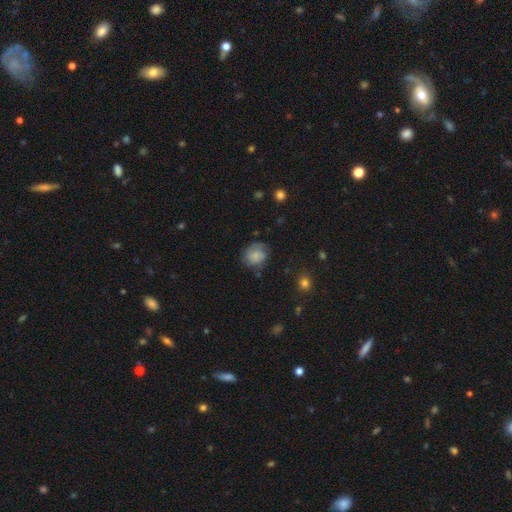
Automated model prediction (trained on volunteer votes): Morphology: type=smooth (68%); roundness=round (69%); merging=none (61%).